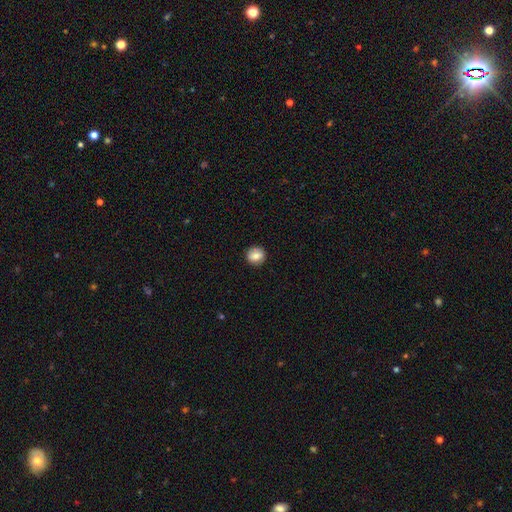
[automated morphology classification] A smooth galaxy with no disk features (78%) that is round (86%). Merging: none (89%).